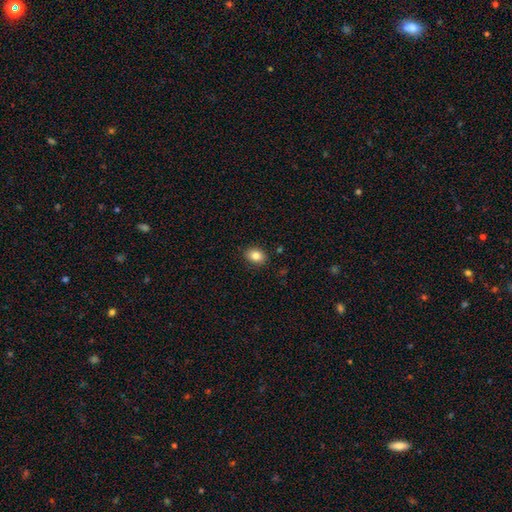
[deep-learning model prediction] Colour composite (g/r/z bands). It shows a smooth galaxy with no disk features (84%) that is in between round and cigar-shaped (72%). Merging: none (88%).